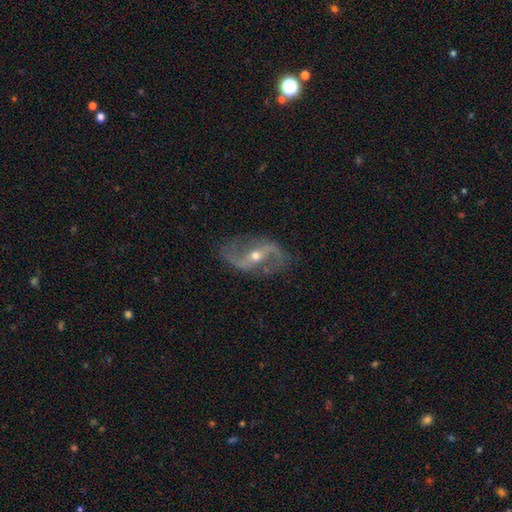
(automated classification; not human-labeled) Overall: featured or disk (91%). Edge-on disk: no (96%). Bar: strong (37%; weak 35%). Spiral arms: yes (96%). Spiral arm count: 2 (94%). Spiral winding: loose (67%). Bulge size: moderate (53%; small 43%). Merging: none (81%).